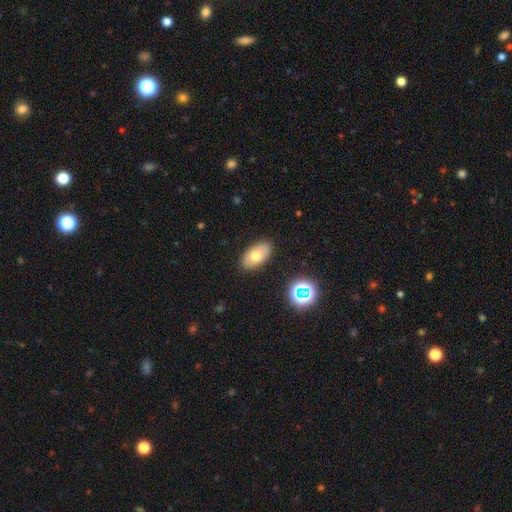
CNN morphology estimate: A smooth galaxy with no disk features (68%) that is in between round and cigar-shaped (92%).

Vote fractions:
- Smooth or featured? smooth: 68% / featured or disk: 22% / star or artifact: 10%
- How rounded? in between: 92% / round: 6% / cigar-shaped: 2%
- Merging? none: 86% / minor disturbance: 10% / major disturbance: 2% / merger: 2%